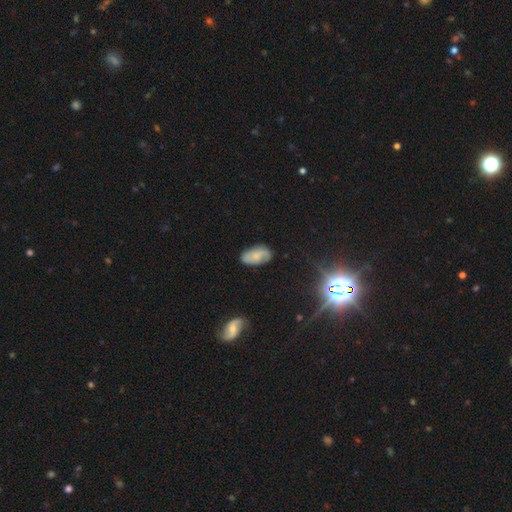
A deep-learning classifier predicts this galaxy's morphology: Smooth or featured? smooth (49%)
Merging? none (76%)